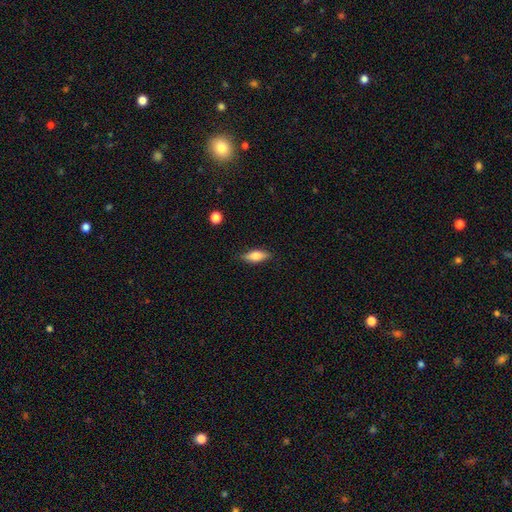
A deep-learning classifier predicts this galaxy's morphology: type=smooth (74%); roundness=in between (70%); merging=none (83%).